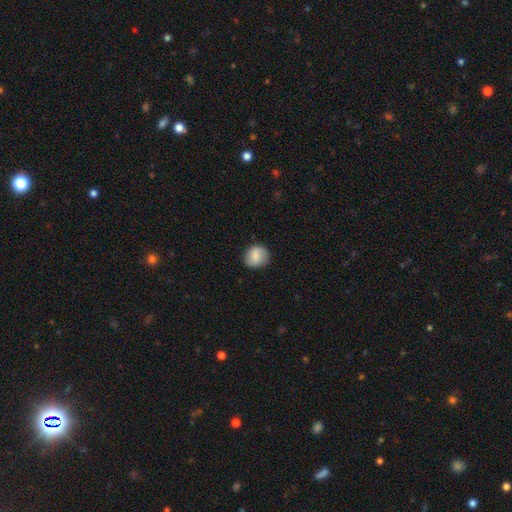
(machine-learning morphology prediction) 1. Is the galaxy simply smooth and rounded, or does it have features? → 78% smooth, 14% featured or disk, 7% star or artifact.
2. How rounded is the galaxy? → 81% round, 18% in between, 1% cigar-shaped.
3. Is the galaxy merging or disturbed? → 83% none, 12% minor disturbance, 3% major disturbance, 1% merger.